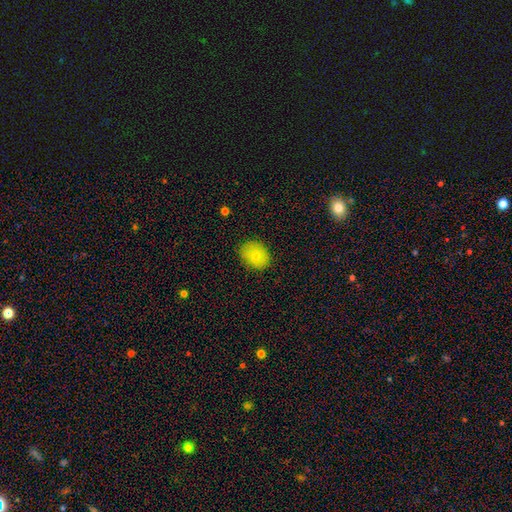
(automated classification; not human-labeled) Smooth or featured: smooth — 82% (star or artifact — 9%)
How rounded: in between — 53% (round — 46%)
Merging: none — 83% (minor disturbance — 13%)